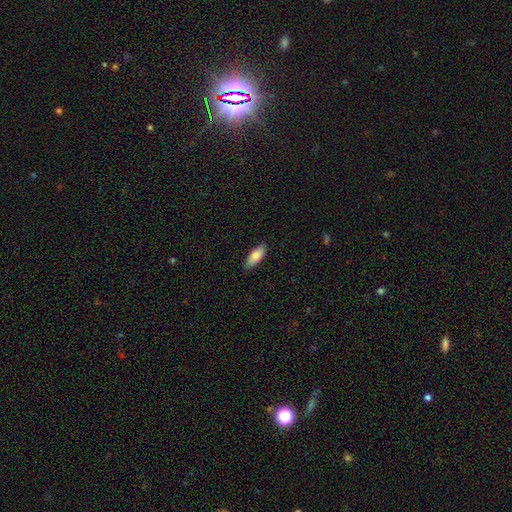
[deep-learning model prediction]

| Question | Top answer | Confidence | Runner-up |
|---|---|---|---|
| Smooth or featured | smooth | 82% | featured or disk (12%) |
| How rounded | in between | 76% | cigar-shaped (22%) |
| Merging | none | 87% | minor disturbance (10%) |